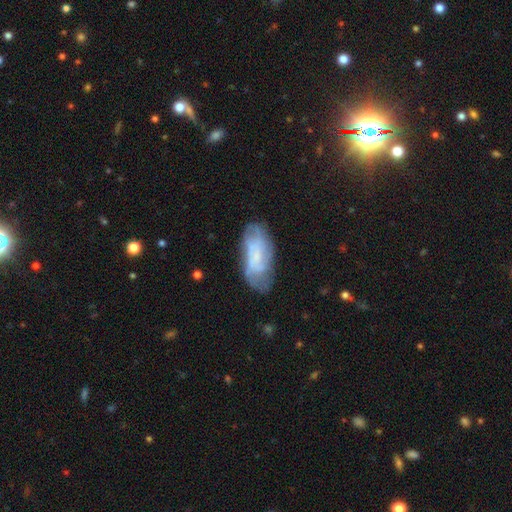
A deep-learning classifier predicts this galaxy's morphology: This appears to be a featured or disk galaxy (50%). Merging: none (60%).